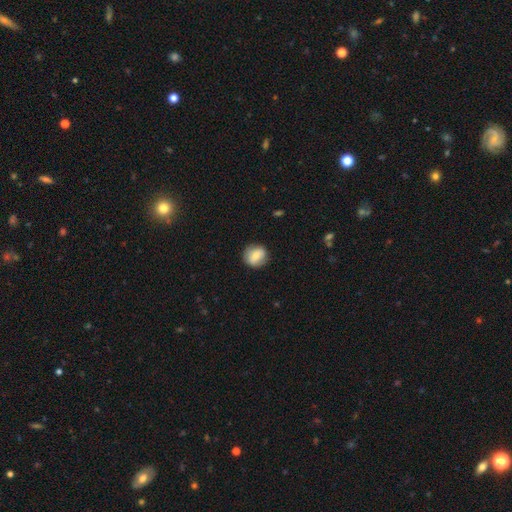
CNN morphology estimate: Smooth or featured? smooth (67%)
How rounded? round (83%)
Merging? none (83%)